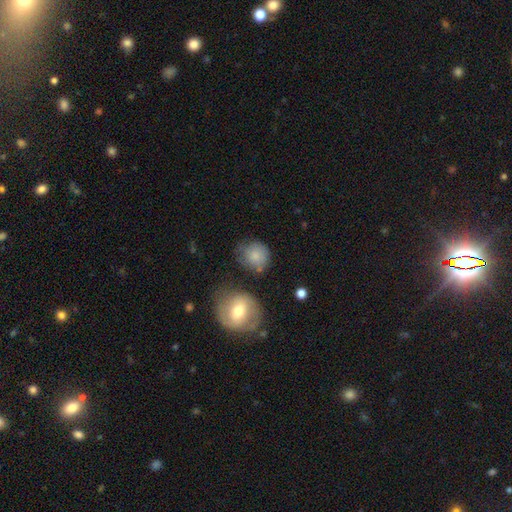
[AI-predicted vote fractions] Q: Smooth or featured?
A: smooth (80%); runner-up: featured or disk (12%)
Q: How rounded?
A: round (82%); runner-up: in between (17%)
Q: Merging?
A: none (58%); runner-up: minor disturbance (24%)